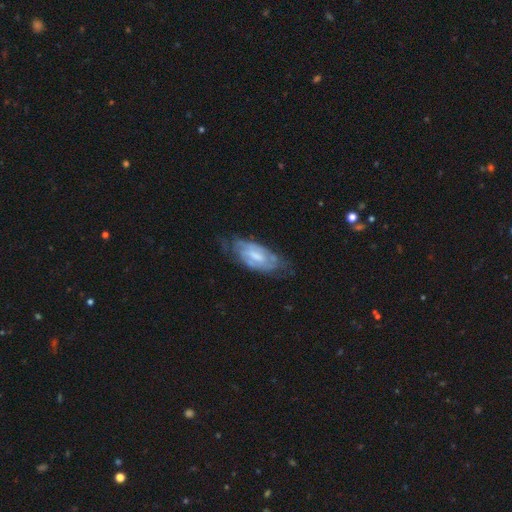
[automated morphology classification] Smooth or featured: featured or disk — 67% (smooth — 26%)
Edge-on disk: no — 90% (yes — 10%)
Bar: weak — 50% (no — 33%)
Spiral arms: yes — 75% (no — 25%)
Bulge size: moderate — 41% (small — 31%)
Merging: none — 55% (minor disturbance — 29%)